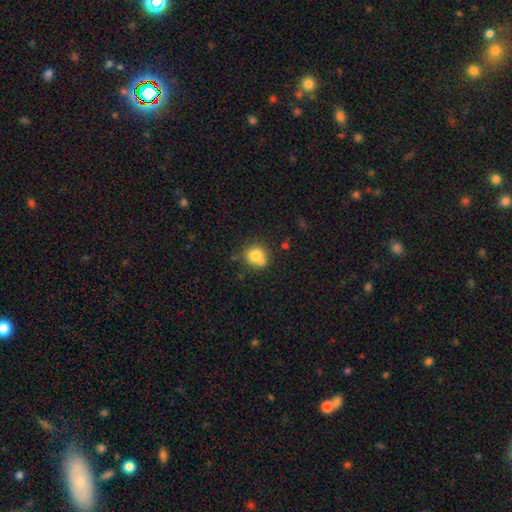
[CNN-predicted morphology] This is likely a smooth galaxy (76%). How rounded: likely round (79%). Merging: possibly none (49%).